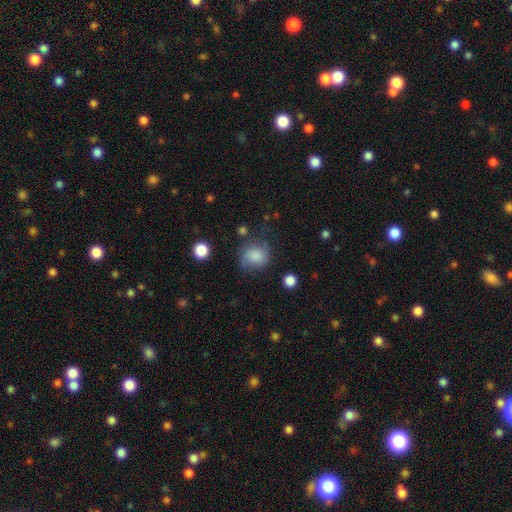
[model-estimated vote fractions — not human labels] Smooth or featured? Predicted: smooth (p=0.79). How rounded? Predicted: round (p=0.69). Merging? Predicted: none (p=0.65).